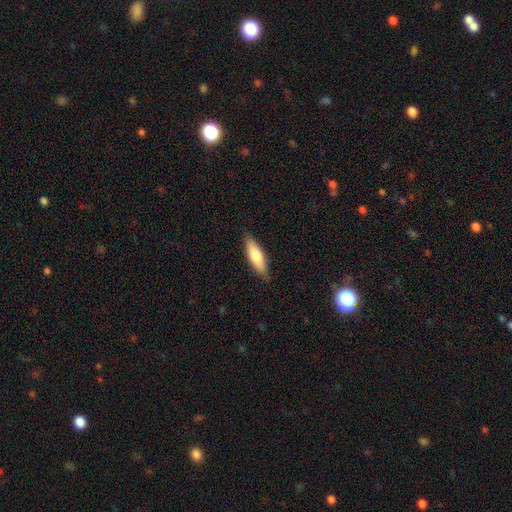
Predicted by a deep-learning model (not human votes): This is likely a smooth galaxy (72%). How rounded: possibly cigar-shaped (53%). Merging: clearly none (86%).